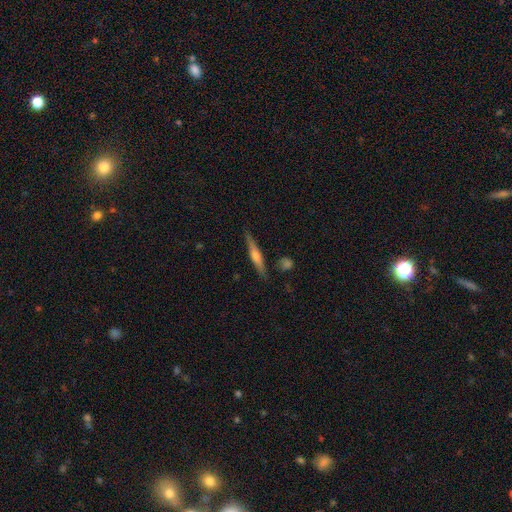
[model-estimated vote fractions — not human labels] The model was most divided on "smooth or featured": featured or disk: 58%, smooth: 35%, star or artifact: 6%. More confident: edge-on disk — yes (97%); merging — none (86%); edge-on bulge — rounded (77%).